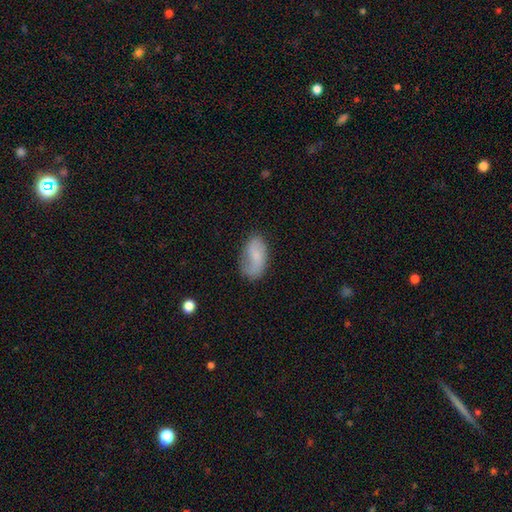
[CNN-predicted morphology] A smooth galaxy with no disk features (61%) that is in between round and cigar-shaped (92%). Merging: none (58%).